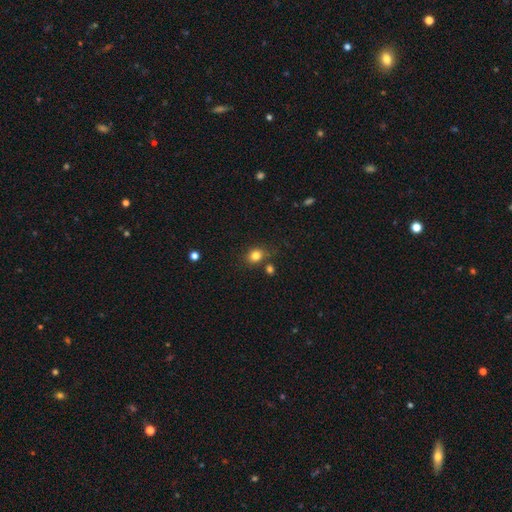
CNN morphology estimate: A smooth galaxy with no disk features (81%) that is round (62%). Merging: none (74%).